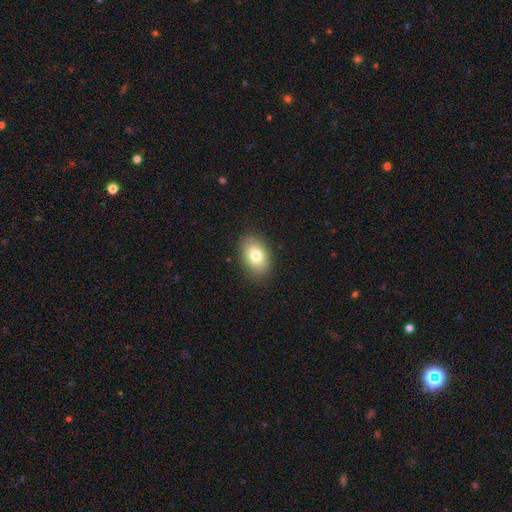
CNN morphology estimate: A smooth galaxy with no disk features (79%) that is in between round and cigar-shaped (85%). Merging: none (87%).